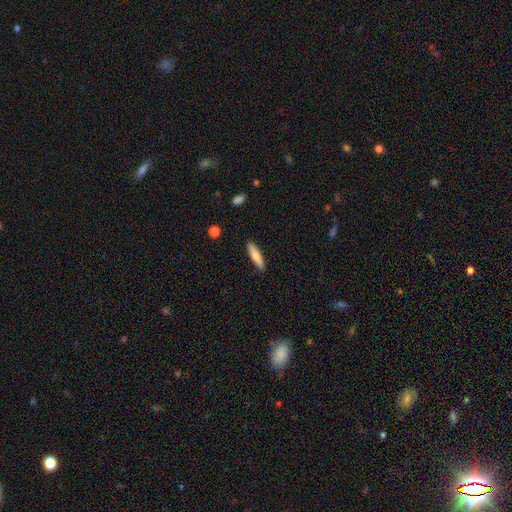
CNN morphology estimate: Q: Smooth or featured?
A: smooth (76%); runner-up: featured or disk (18%)
Q: How rounded?
A: cigar-shaped (81%); runner-up: in between (17%)
Q: Merging?
A: none (89%); runner-up: minor disturbance (8%)